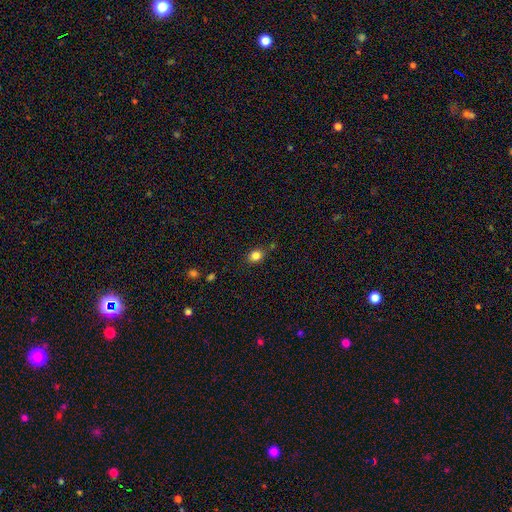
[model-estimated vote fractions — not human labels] smooth 83%, star or artifact 12%, featured or disk 5%. Down the decision tree: how rounded — round (58%); merging — none (81%).